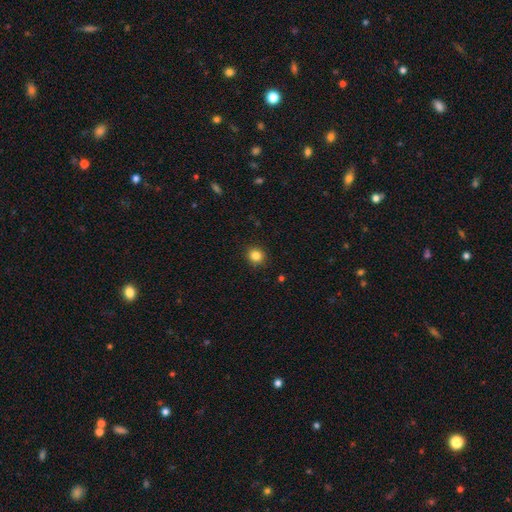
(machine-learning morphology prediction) Overall: smooth (84%). How rounded: round (88%). Merging: none (91%).